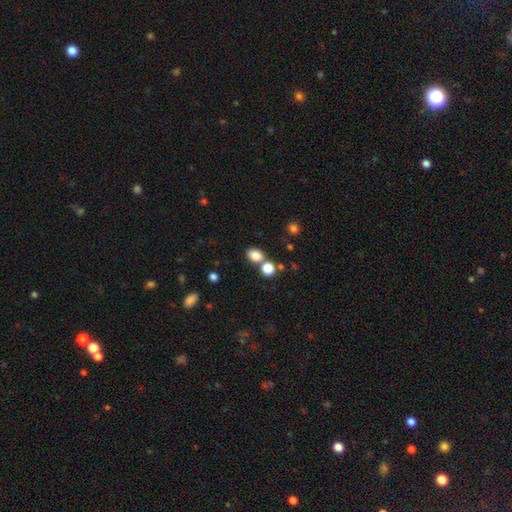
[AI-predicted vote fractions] A smooth galaxy with no disk features (82%) that is in between round and cigar-shaped (59%). Merging: none (62%).